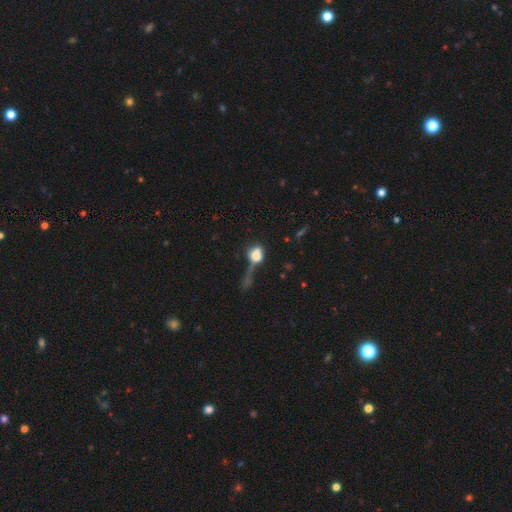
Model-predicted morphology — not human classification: This is likely a smooth galaxy (64%). How rounded: possibly in between (51%). Merging: marginally major disturbance (42%).